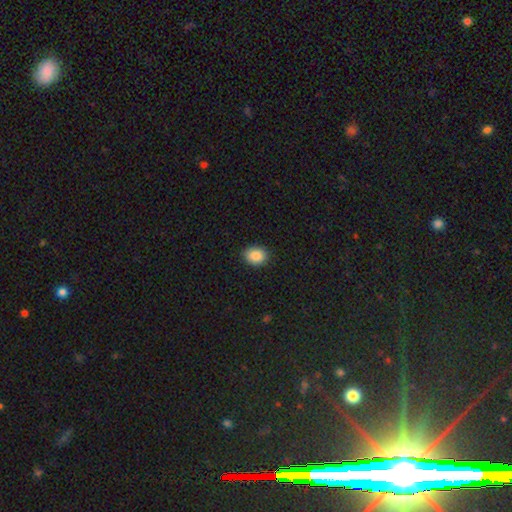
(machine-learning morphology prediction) smooth-or-featured: smooth: 88% | star or artifact: 8% | featured or disk: 3%
  how-rounded: in between: 58% | round: 41% | cigar-shaped: 1%
  merging: none: 89% | minor disturbance: 8% | major disturbance: 2% | merger: 1%